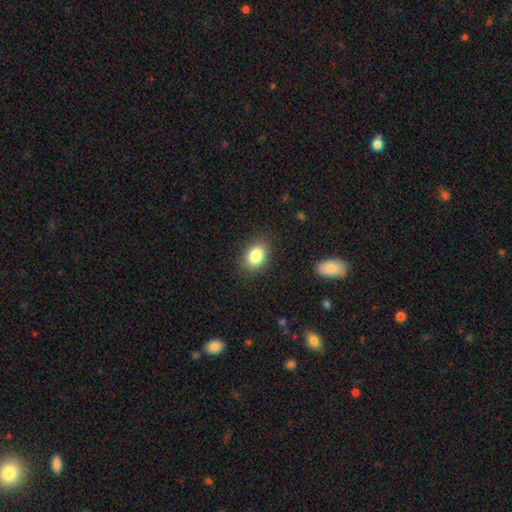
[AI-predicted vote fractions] This is clearly a smooth galaxy (85%). How rounded: likely in between (73%). Merging: clearly none (86%).